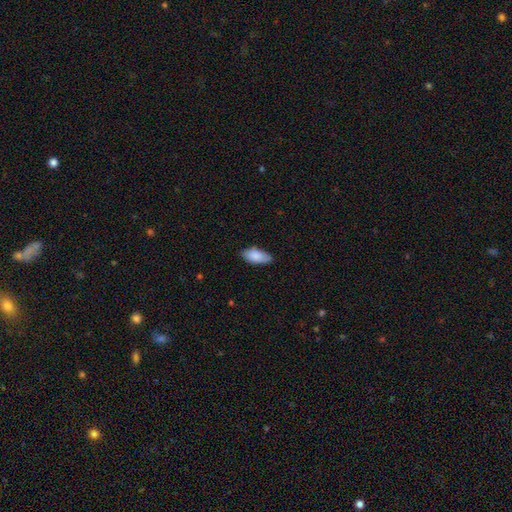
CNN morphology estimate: smooth-or-featured: smooth: 87% | featured or disk: 7% | star or artifact: 6%
  how-rounded: in between: 91% | cigar-shaped: 7% | round: 2%
  merging: none: 80% | minor disturbance: 16% | major disturbance: 2% | merger: 1%